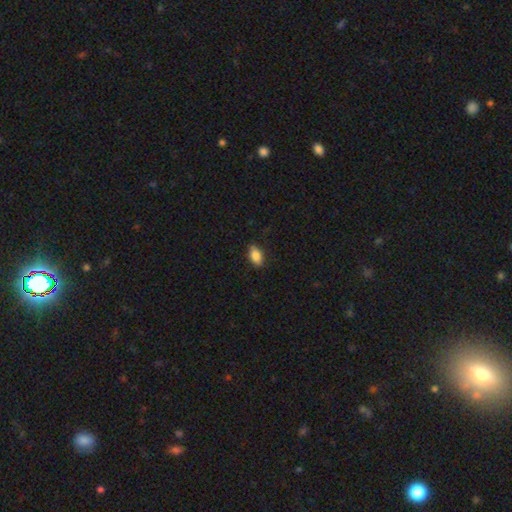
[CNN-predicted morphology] Q: Smooth or featured?
A: smooth (87%); runner-up: star or artifact (8%)
Q: How rounded?
A: in between (90%); runner-up: round (7%)
Q: Merging?
A: none (85%); runner-up: minor disturbance (12%)